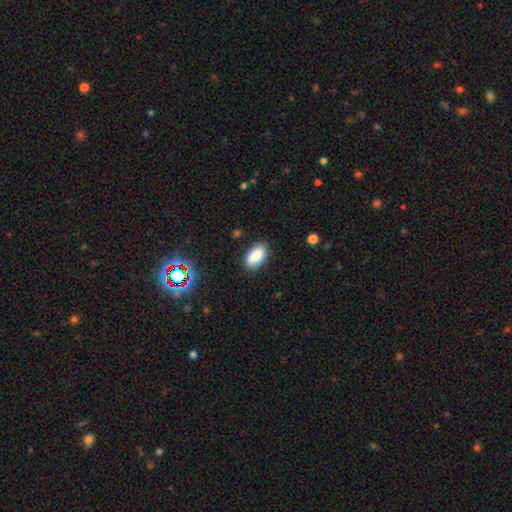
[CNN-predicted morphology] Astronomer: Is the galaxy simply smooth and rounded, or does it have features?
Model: smooth — 86%.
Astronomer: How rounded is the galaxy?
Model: in between — 92%.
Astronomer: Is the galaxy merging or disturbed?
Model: none — 84%.